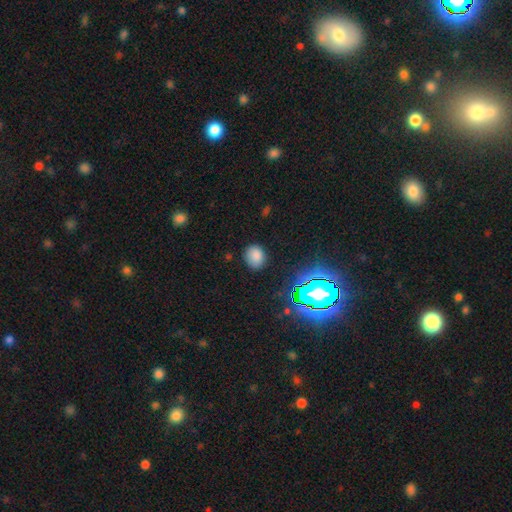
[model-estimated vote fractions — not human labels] smooth_or_featured: smooth (p=0.79) [alt: star or artifact p=0.16]
how_rounded: round (p=0.55) [alt: in between p=0.44]
merging: none (p=0.82) [alt: minor disturbance p=0.13]